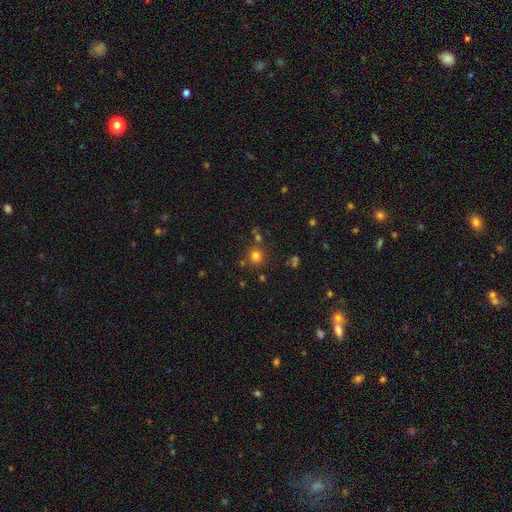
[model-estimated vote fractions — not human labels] A smooth galaxy with no disk features (76%) that is round (88%).

Vote fractions:
- Smooth or featured? smooth: 76% / star or artifact: 17% / featured or disk: 6%
- How rounded? round: 88% / in between: 11% / cigar-shaped: 1%
- Merging? none: 77% / merger: 10% / minor disturbance: 9% / major disturbance: 4%